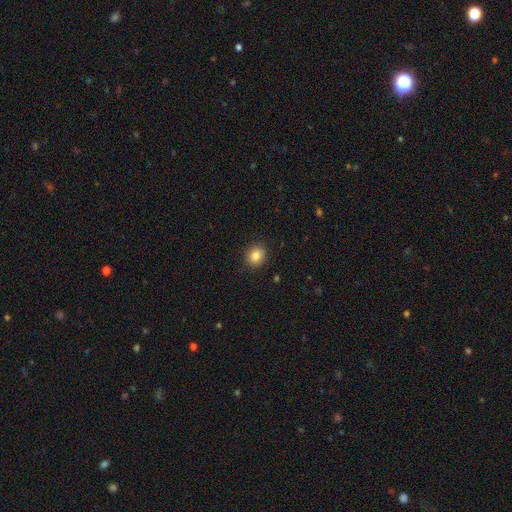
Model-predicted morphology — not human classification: A smooth galaxy with no disk features (84%) that is round (76%).

Vote fractions:
- Smooth or featured? smooth: 84% / star or artifact: 11% / featured or disk: 6%
- How rounded? round: 76% / in between: 23% / cigar-shaped: 1%
- Merging? none: 91% / minor disturbance: 6% / major disturbance: 2% / merger: 1%